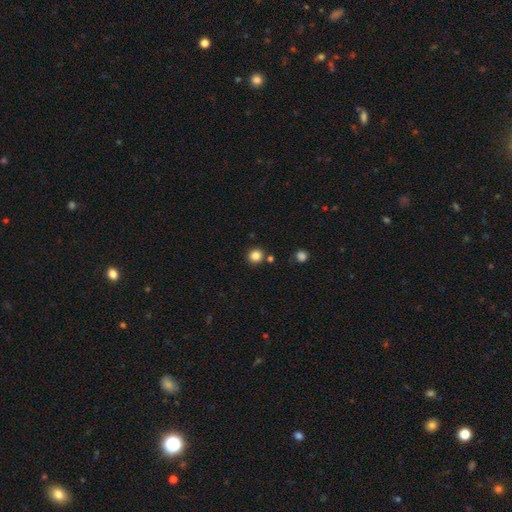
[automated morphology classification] This is clearly a smooth galaxy (84%). How rounded: clearly round (90%). Merging: clearly none (85%).